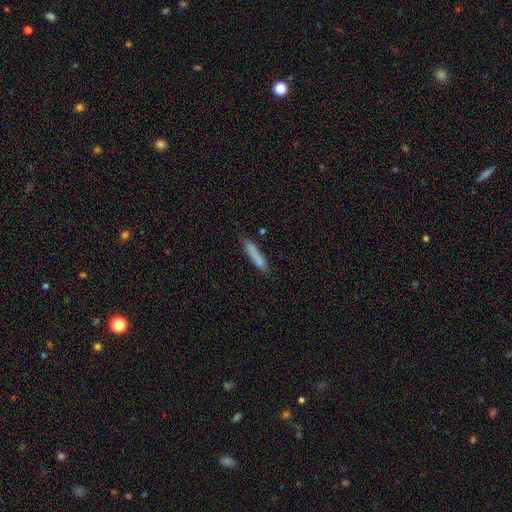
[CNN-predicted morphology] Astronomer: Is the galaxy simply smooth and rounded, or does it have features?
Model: smooth — 78%.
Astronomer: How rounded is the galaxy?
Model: cigar-shaped — 91%.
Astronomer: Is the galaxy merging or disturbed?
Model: none — 77%.